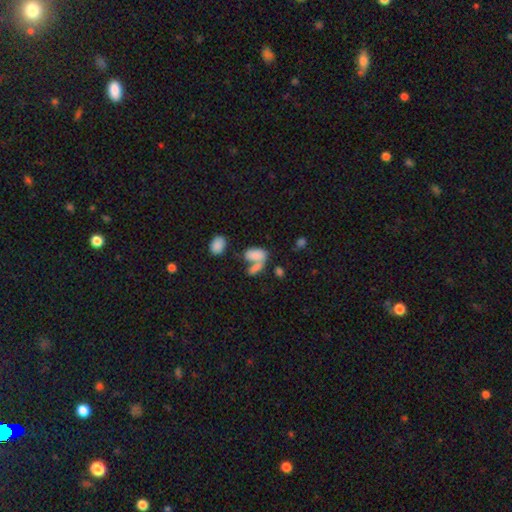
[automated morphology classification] Smooth or featured? Predicted: smooth (p=0.78). How rounded? Predicted: in between (p=0.90). Merging? Predicted: merger (p=0.53).